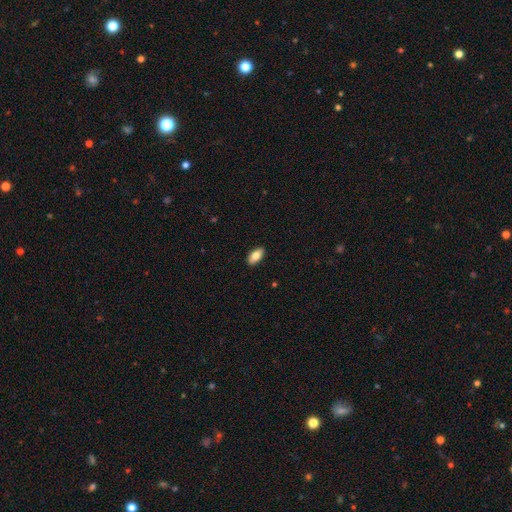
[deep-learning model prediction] Smooth or featured? Predicted: smooth (p=0.81). How rounded? Predicted: in between (p=0.92). Merging? Predicted: none (p=0.90).